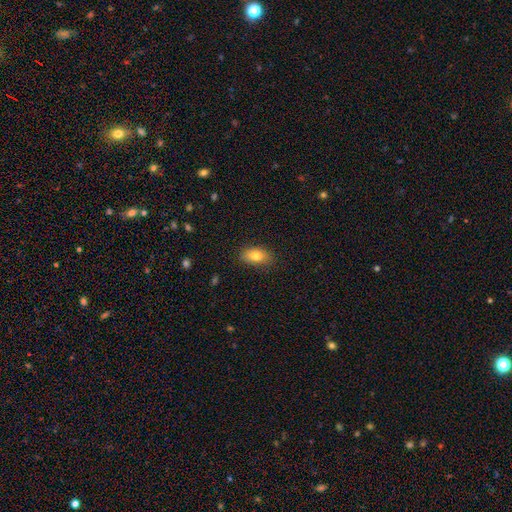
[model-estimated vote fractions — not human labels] The model was most divided on "merging": none: 81%, minor disturbance: 15%, major disturbance: 3%, merger: 1%. More confident: how rounded — in between (86%); smooth or featured — smooth (80%).